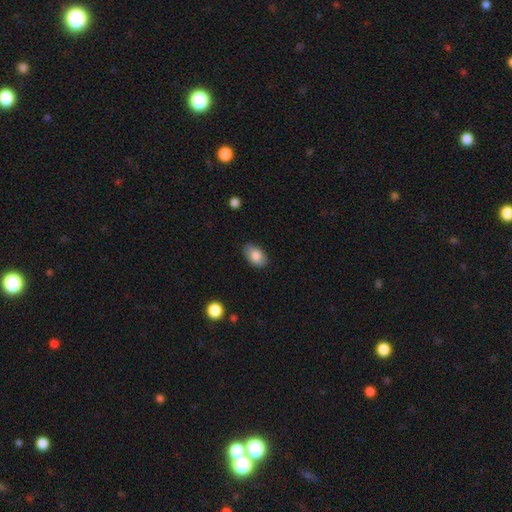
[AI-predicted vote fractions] Morphology: type=smooth (83%); roundness=in between (89%); merging=none (78%).